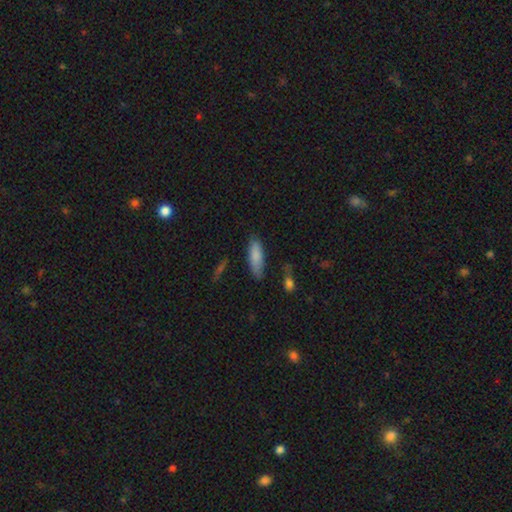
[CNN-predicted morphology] Smooth or featured? smooth (84%)
How rounded? in between (57%)
Merging? none (74%)